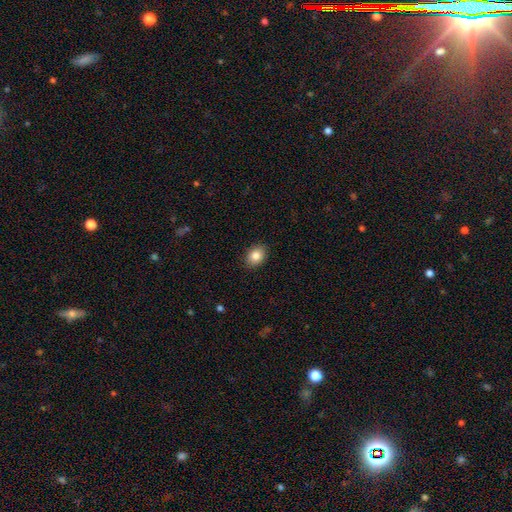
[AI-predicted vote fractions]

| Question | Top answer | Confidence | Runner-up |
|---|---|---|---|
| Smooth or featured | smooth | 84% | star or artifact (9%) |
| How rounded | in between | 56% | round (43%) |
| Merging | none | 89% | minor disturbance (8%) |